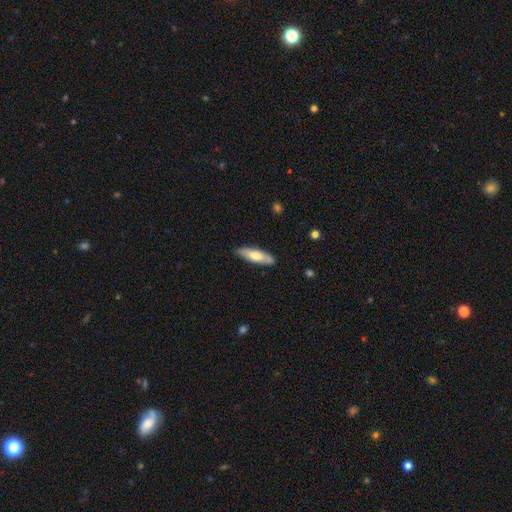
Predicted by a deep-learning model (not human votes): smooth-or-featured: smooth: 65% | featured or disk: 30% | star or artifact: 5%
  how-rounded: cigar-shaped: 59% | in between: 40% | round: 2%
  merging: none: 84% | minor disturbance: 13% | major disturbance: 2% | merger: 1%